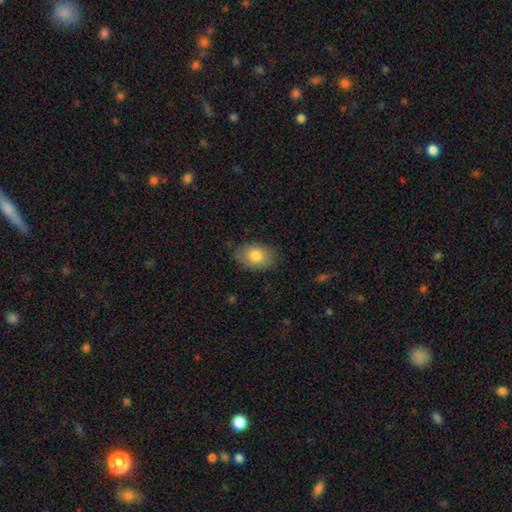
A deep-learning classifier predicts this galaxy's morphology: Smooth or featured? Predicted: smooth (p=0.80). How rounded? Predicted: in between (p=0.81). Merging? Predicted: none (p=0.81).